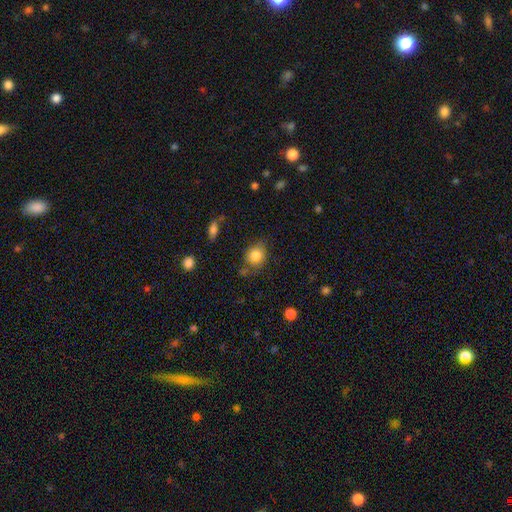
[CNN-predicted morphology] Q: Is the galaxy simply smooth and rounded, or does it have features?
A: smooth — 83%.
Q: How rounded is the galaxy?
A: round — 66%.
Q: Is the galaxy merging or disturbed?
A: none — 71%.